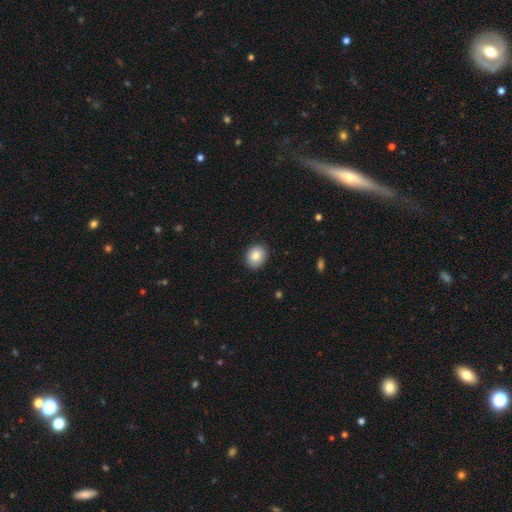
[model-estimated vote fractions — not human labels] Smooth or featured: smooth — 83% (featured or disk — 9%)
How rounded: round — 59% (in between — 40%)
Merging: none — 89% (minor disturbance — 8%)